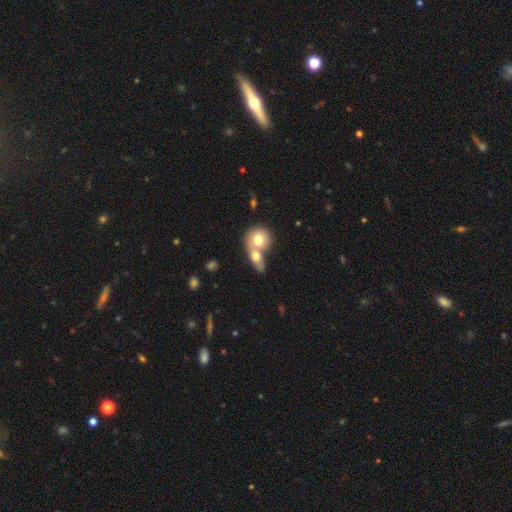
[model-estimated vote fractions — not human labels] Q: Smooth or featured?
A: smooth (68%); runner-up: featured or disk (25%)
Q: How rounded?
A: round (51%); runner-up: in between (45%)
Q: Merging?
A: merger (72%); runner-up: none (18%)